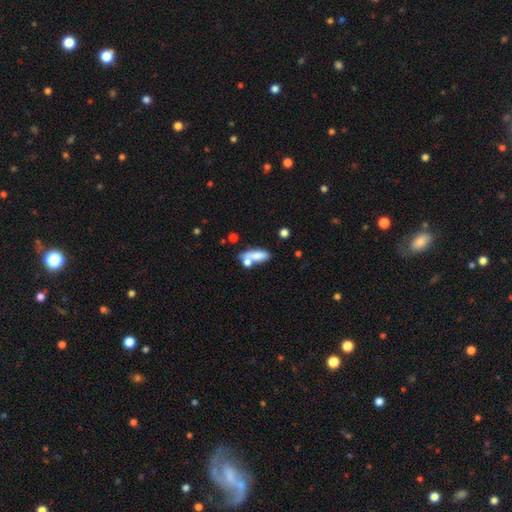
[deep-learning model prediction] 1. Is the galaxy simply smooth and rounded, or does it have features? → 75% smooth, 16% featured or disk, 8% star or artifact.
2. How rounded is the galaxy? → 64% in between, 33% cigar-shaped, 4% round.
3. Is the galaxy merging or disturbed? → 41% none, 35% merger, 16% minor disturbance, 8% major disturbance.